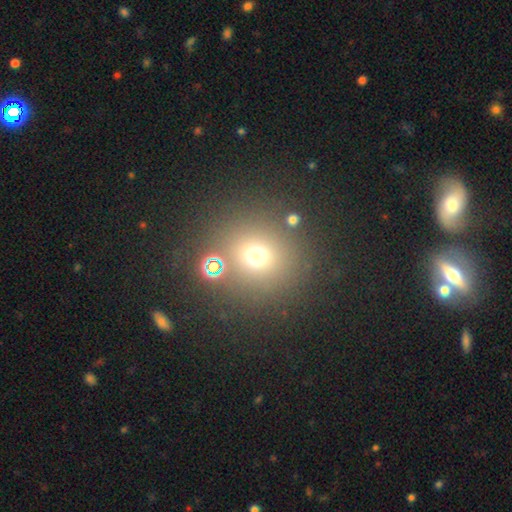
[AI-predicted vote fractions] Smooth or featured? smooth (66%)
How rounded? round (89%)
Merging? none (78%)